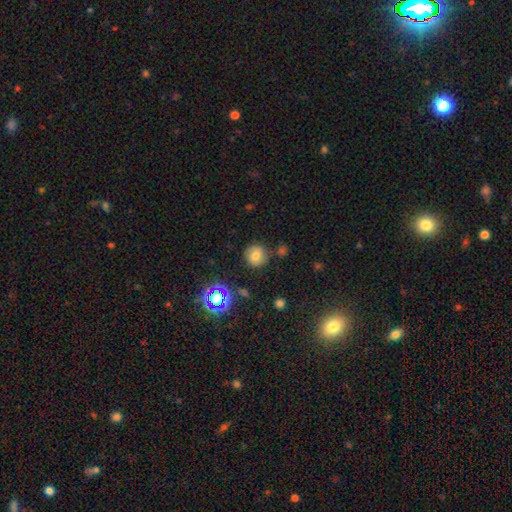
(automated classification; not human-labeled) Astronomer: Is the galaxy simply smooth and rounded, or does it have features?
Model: smooth — 73%.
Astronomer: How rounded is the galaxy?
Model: round — 92%.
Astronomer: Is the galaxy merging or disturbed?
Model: none — 82%.